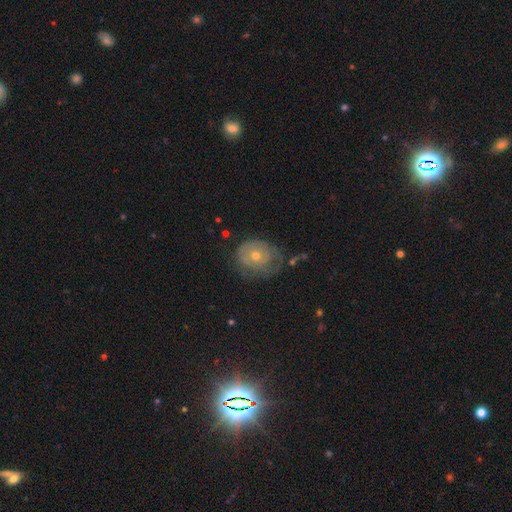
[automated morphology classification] featured or disk 56%, smooth 33%, star or artifact 12%. Down the decision tree: edge-on disk — no (96%); bar — no (87%); spiral arms — yes (58%); bulge size — moderate (56%); merging — none (57%).